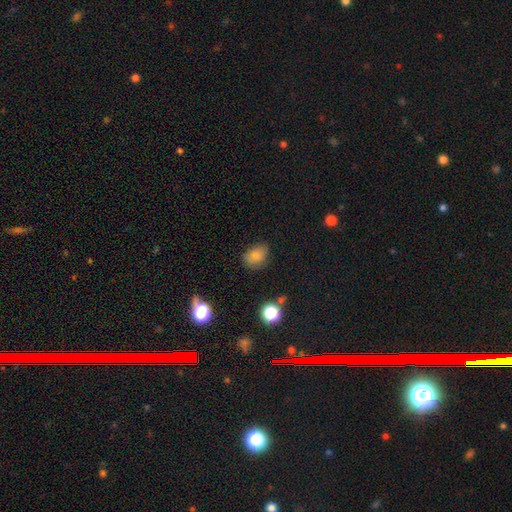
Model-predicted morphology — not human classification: A smooth galaxy with no disk features (79%) that is in between round and cigar-shaped (64%). Merging: none (72%).